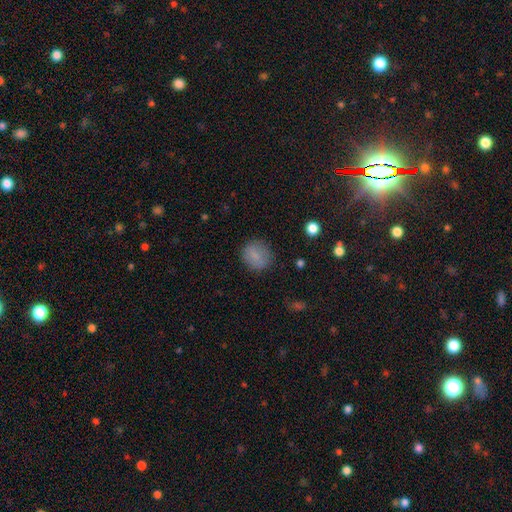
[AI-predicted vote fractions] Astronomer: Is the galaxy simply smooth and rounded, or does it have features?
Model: smooth — 80%.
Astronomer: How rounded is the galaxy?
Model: round — 77%.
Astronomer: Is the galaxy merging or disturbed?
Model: none — 82%.